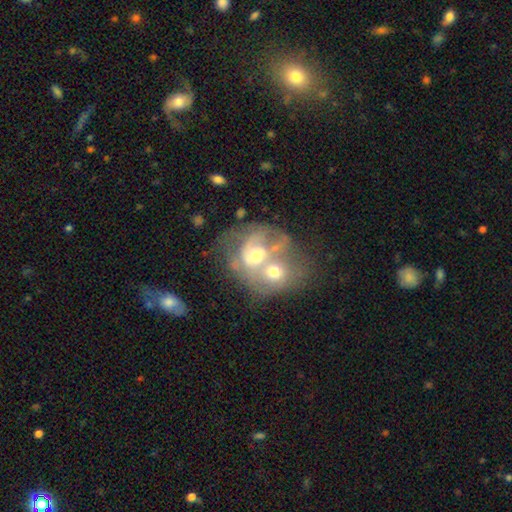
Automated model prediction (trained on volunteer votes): A featured or disk galaxy (60%) with no bar (74%), no spiral arms (50%, tied with yes) and a moderate central bulge (65%).

Vote fractions:
- Smooth or featured? featured or disk: 60% / smooth: 31% / star or artifact: 9%
- Edge-on disk? no: 97% / yes: 3%
- Bar? no: 74% / weak: 21% / strong: 5%
- Spiral arms? no: 50% (tied) / yes: 50% (tied)
- Bulge size? moderate: 65% / small: 19% / large: 10% / none: 4% / dominant: 2%
- Merging? merger: 73% / none: 12% / major disturbance: 9% / minor disturbance: 7%